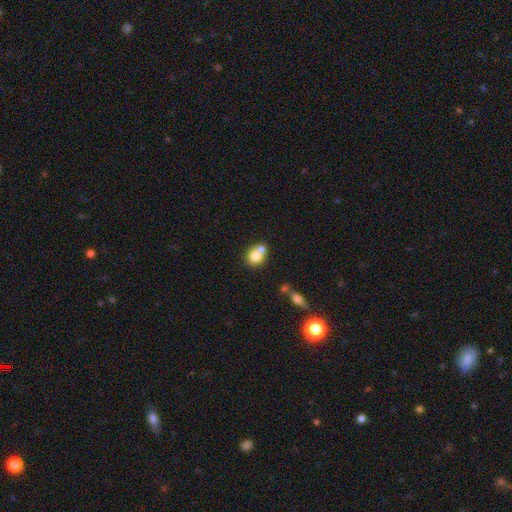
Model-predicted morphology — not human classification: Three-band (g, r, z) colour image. It shows a smooth galaxy with no disk features (75%) that is round (70%). Merging: merger (50%).